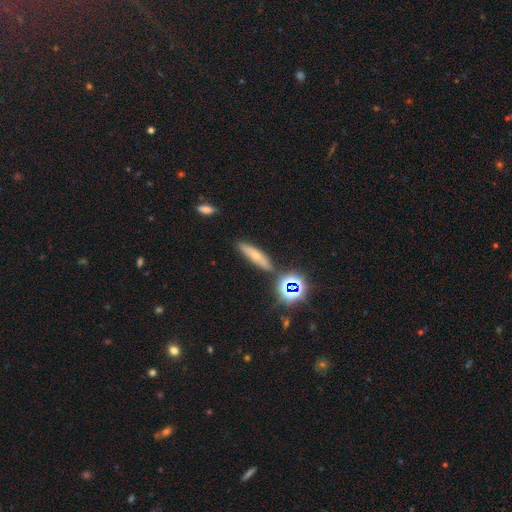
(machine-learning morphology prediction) Overall: smooth (54%; featured or disk 27%). How rounded: cigar-shaped (66%; in between 27%). Merging: none (79%).